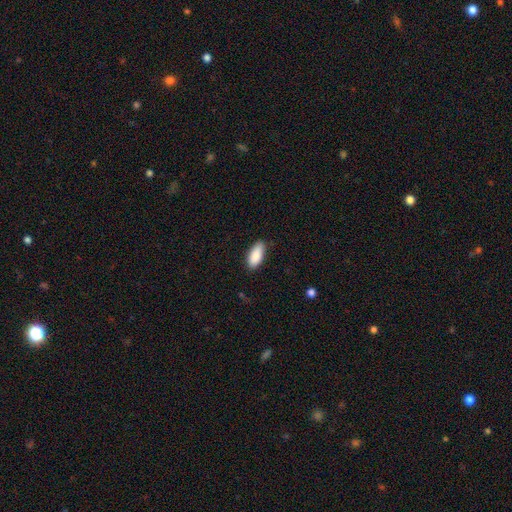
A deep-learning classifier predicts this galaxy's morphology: Smooth or featured: smooth — 89% (star or artifact — 6%)
How rounded: in between — 86% (cigar-shaped — 12%)
Merging: none — 81% (minor disturbance — 15%)